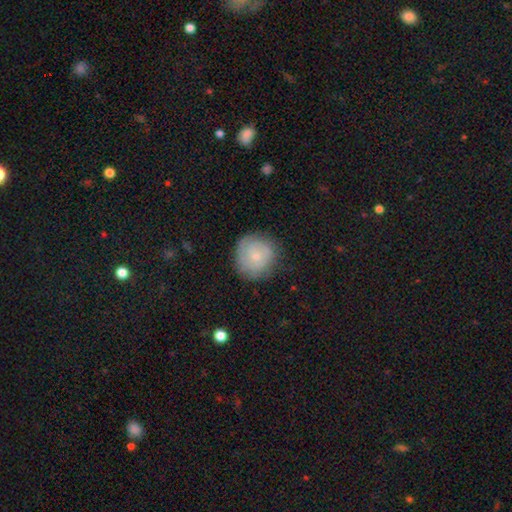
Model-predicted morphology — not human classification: smooth-or-featured: smooth: 57% | featured or disk: 35% | star or artifact: 7%
  how-rounded: round: 90% | in between: 9% | cigar-shaped: 1%
  merging: none: 76% | minor disturbance: 17% | major disturbance: 5% | merger: 1%